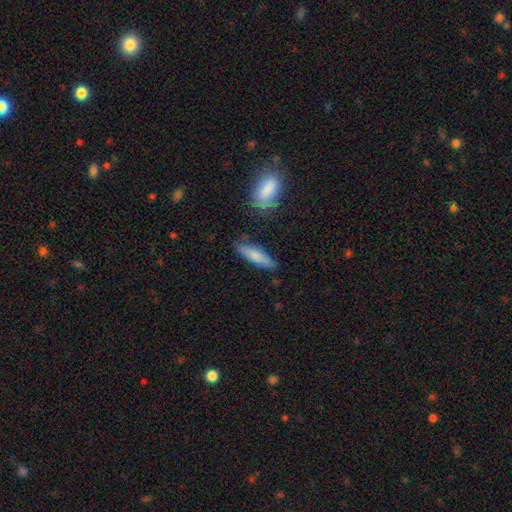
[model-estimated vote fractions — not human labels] Smooth or featured?
  - smooth: 76% *
  - featured or disk: 18%
  - star or artifact: 6%
How rounded?
  - cigar-shaped: 68% *
  - in between: 31%
  - round: 2%
Merging?
  - none: 79% *
  - minor disturbance: 15%
  - merger: 3%
  - major disturbance: 3%